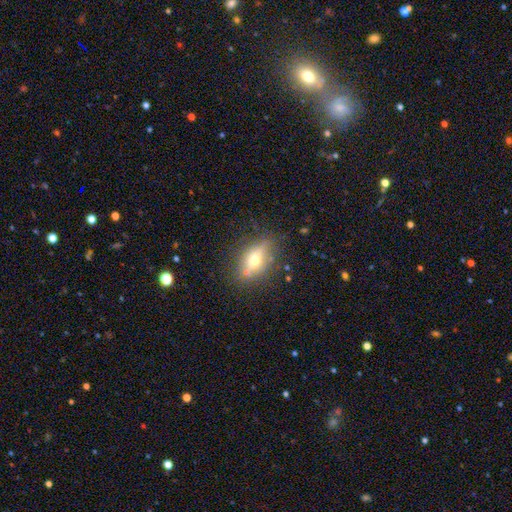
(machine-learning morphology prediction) A featured or disk galaxy (47%).

Vote fractions:
- Smooth or featured? featured or disk: 47% / smooth: 41% / star or artifact: 11%
- Merging? none: 74% / minor disturbance: 16% / major disturbance: 5% / merger: 5%